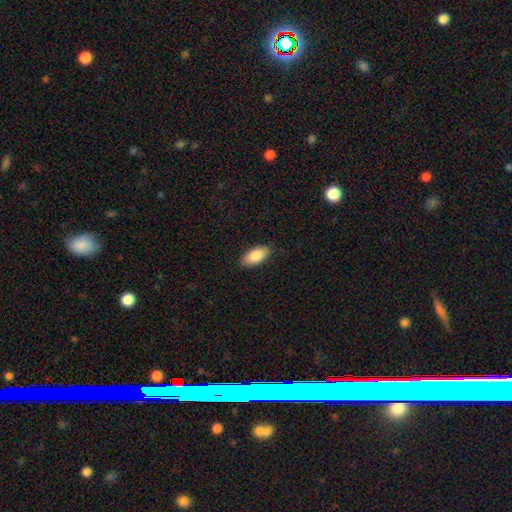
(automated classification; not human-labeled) The model was most divided on "smooth or featured": smooth: 85%, featured or disk: 8%, star or artifact: 6%. More confident: how rounded — in between (93%); merging — none (88%).